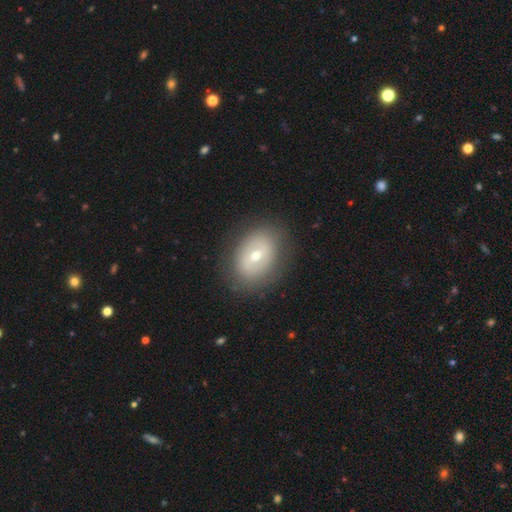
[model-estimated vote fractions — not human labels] Morphology: type=featured or disk (46%, tied with smooth); merging=none (82%).